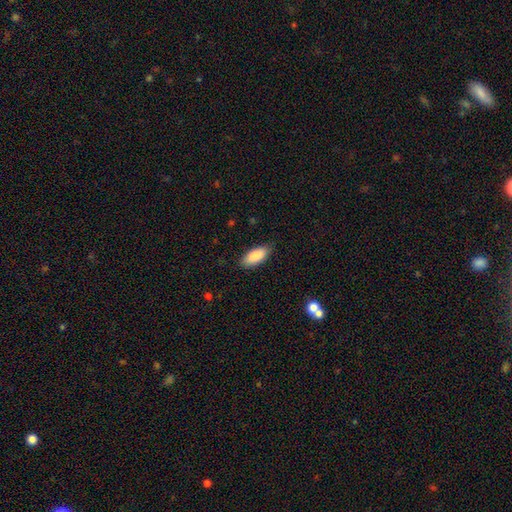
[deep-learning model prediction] Q: Smooth or featured?
A: smooth (89%); runner-up: star or artifact (6%)
Q: How rounded?
A: in between (86%); runner-up: cigar-shaped (12%)
Q: Merging?
A: none (84%); runner-up: minor disturbance (13%)